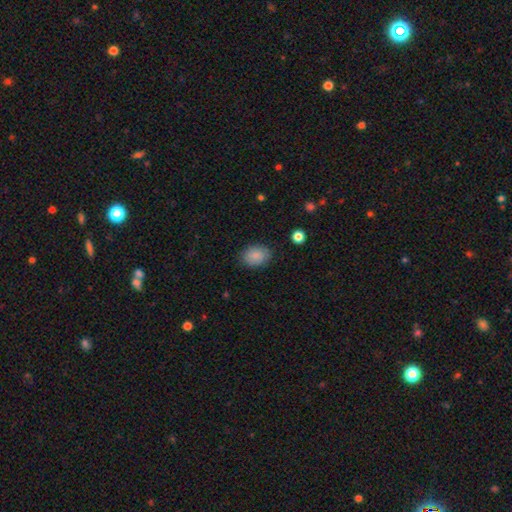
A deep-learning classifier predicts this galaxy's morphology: smooth-or-featured: smooth: 87% | star or artifact: 8% | featured or disk: 5%
  how-rounded: in between: 67% | round: 32% | cigar-shaped: 1%
  merging: none: 84% | minor disturbance: 12% | major disturbance: 3% | merger: 1%